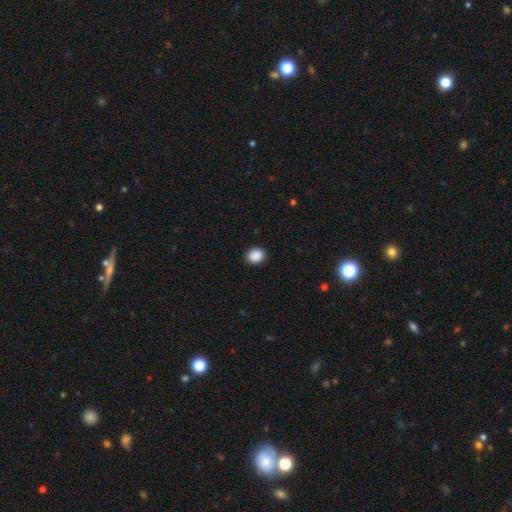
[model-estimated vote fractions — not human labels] Smooth or featured? smooth (89%)
How rounded? round (61%)
Merging? none (91%)